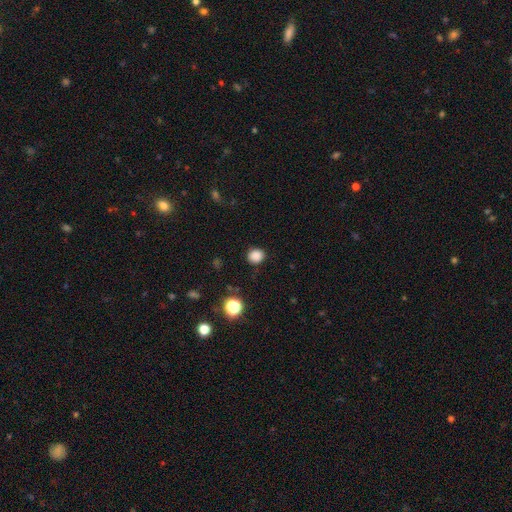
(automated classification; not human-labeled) This is clearly a smooth galaxy (84%). How rounded: likely round (79%). Merging: clearly none (86%).